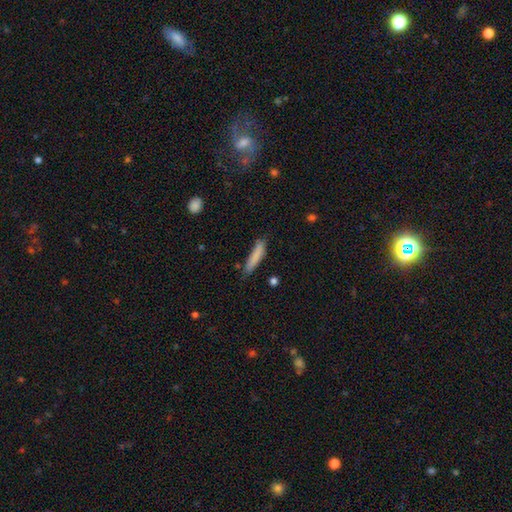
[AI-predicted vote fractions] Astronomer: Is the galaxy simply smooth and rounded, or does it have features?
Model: smooth — 81%.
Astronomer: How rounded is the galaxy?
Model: cigar-shaped — 88%.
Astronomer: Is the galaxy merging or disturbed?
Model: none — 76%.